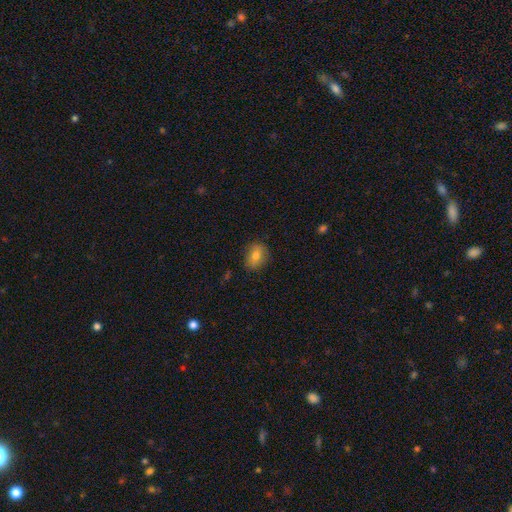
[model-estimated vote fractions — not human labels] smooth_or_featured: smooth (p=0.75) [alt: featured or disk p=0.15]
how_rounded: in between (p=0.56) [alt: round p=0.43]
merging: none (p=0.83) [alt: minor disturbance p=0.13]